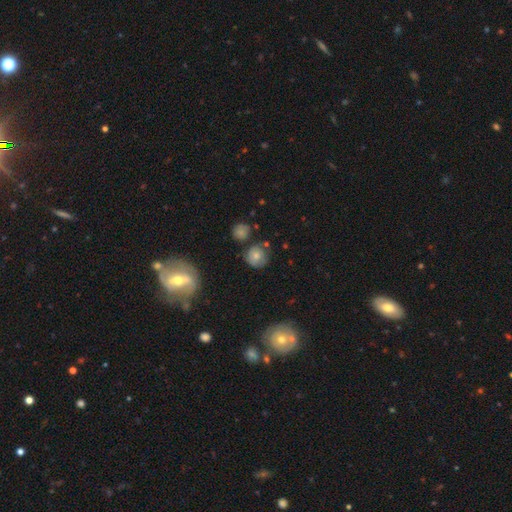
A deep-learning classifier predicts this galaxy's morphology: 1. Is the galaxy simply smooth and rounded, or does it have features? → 68% smooth, 21% featured or disk, 11% star or artifact.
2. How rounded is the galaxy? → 86% round, 13% in between, 1% cigar-shaped.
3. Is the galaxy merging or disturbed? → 68% none, 19% minor disturbance, 7% merger, 6% major disturbance.